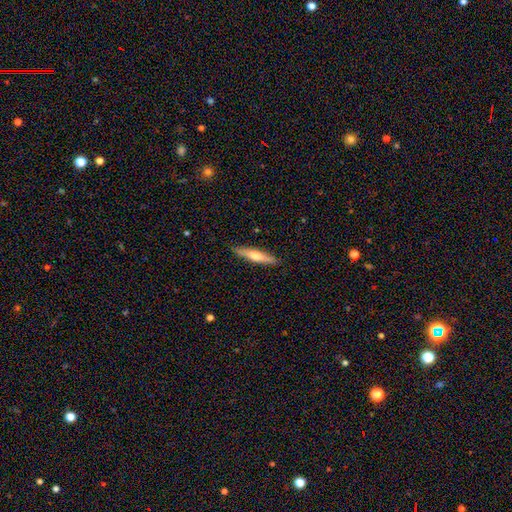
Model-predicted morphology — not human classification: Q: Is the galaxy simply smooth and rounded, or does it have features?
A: featured or disk — 51%.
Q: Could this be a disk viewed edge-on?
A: yes — 95%.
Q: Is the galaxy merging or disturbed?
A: none — 89%.